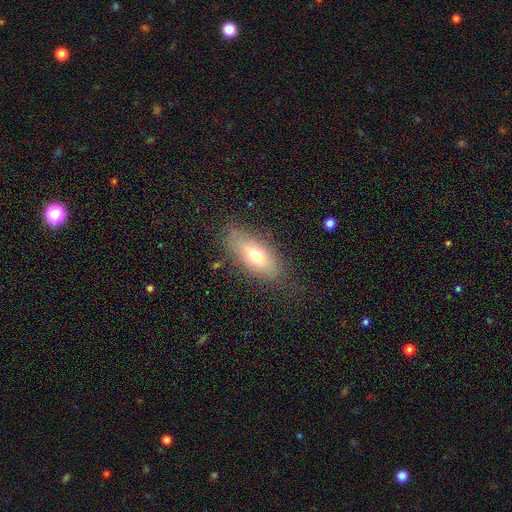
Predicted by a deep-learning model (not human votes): smooth 66%, featured or disk 24%, star or artifact 9%. Down the decision tree: how rounded — in between (81%); merging — none (73%).